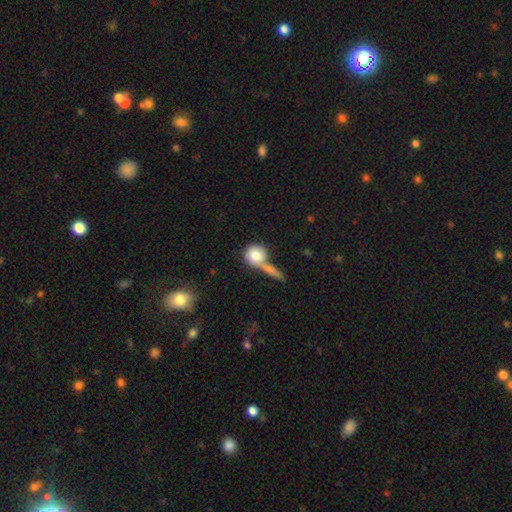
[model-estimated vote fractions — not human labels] Overall: smooth (80%). How rounded: round (83%). Merging: merger (41%; none 35%).